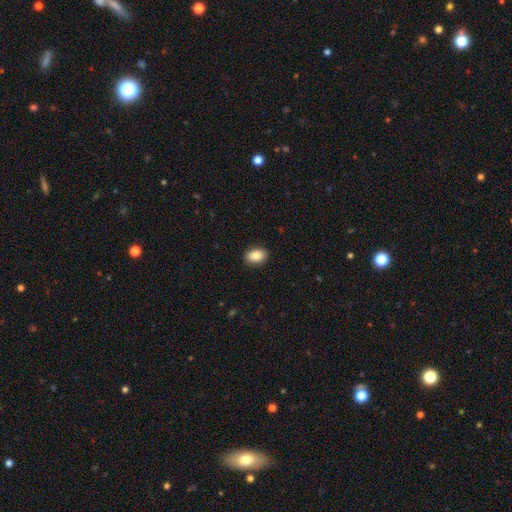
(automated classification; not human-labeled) smooth 86%, star or artifact 8%, featured or disk 6%. Down the decision tree: how rounded — in between (82%); merging — none (90%).